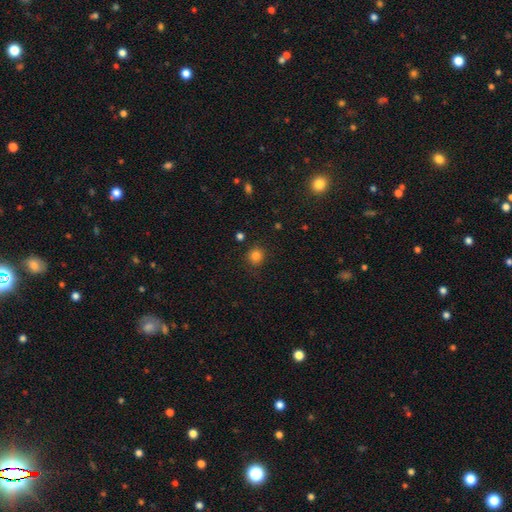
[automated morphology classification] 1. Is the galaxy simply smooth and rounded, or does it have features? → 83% smooth, 13% star or artifact, 4% featured or disk.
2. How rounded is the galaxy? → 89% round, 10% in between, 1% cigar-shaped.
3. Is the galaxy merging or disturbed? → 87% none, 8% minor disturbance, 3% major disturbance, 2% merger.